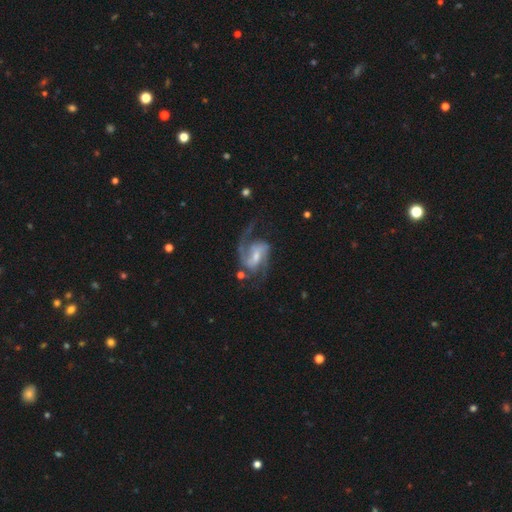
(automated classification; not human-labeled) Overall: featured or disk (89%). Edge-on disk: no (98%). Bar: weak (53%; strong 26%). Spiral arms: yes (97%). Spiral arm count: 2 (79%). Spiral winding: medium (52%; loose 34%). Bulge size: small (44%; moderate 37%). Merging: none (57%; major disturbance 22%).